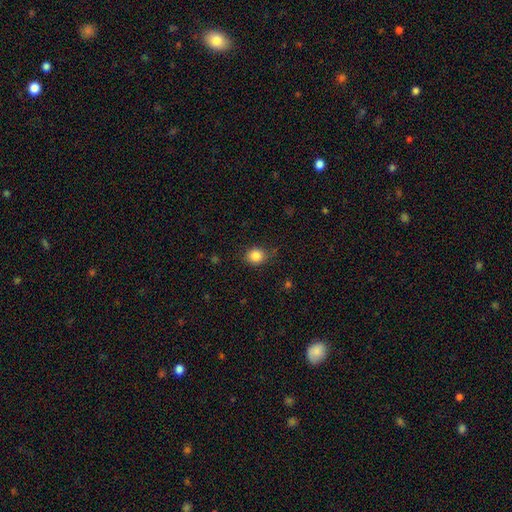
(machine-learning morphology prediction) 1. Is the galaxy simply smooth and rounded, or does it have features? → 85% smooth, 10% star or artifact, 5% featured or disk.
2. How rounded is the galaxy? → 74% round, 25% in between, 1% cigar-shaped.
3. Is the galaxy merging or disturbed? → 78% none, 16% minor disturbance, 4% major disturbance, 1% merger.